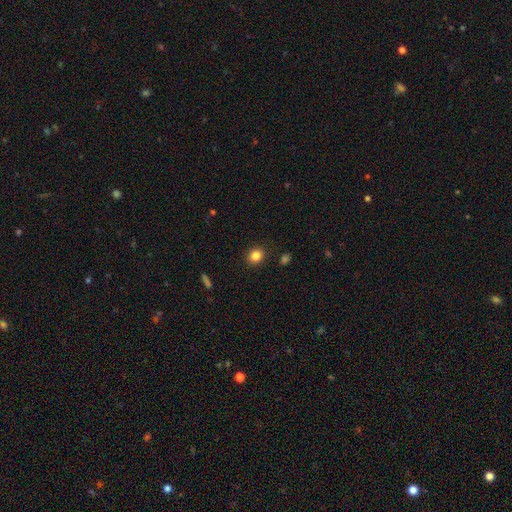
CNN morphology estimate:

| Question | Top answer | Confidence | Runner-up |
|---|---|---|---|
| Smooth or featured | smooth | 85% | star or artifact (11%) |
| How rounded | round | 72% | in between (27%) |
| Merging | none | 89% | minor disturbance (7%) |